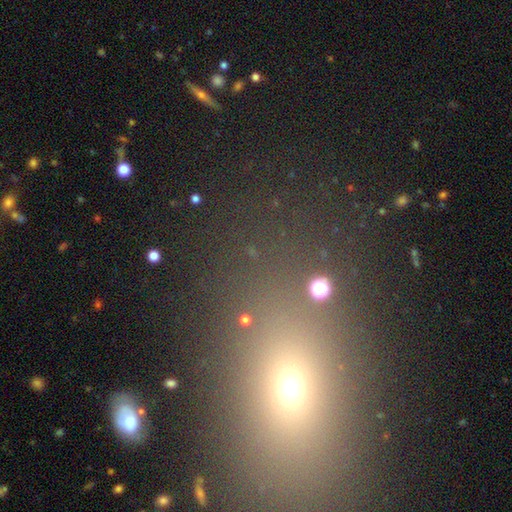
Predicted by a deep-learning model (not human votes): Morphology: type=smooth (46%); merging=none (81%).